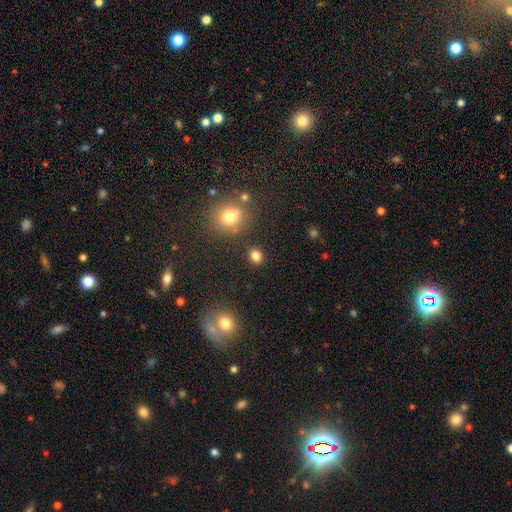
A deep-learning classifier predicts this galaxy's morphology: A smooth galaxy with no disk features (82%) that is round (68%). Merging: none (84%).